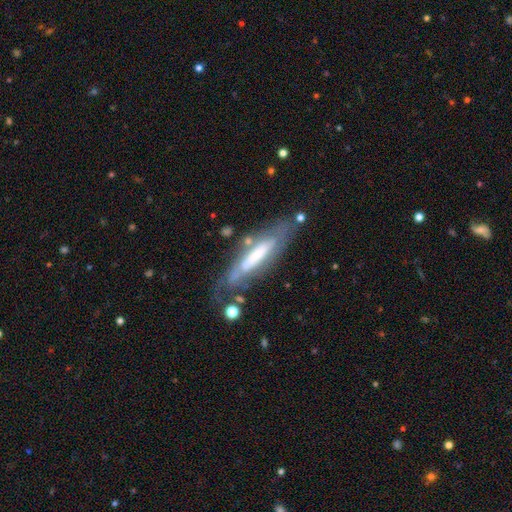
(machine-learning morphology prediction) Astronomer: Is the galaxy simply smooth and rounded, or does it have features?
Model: featured or disk — 63%.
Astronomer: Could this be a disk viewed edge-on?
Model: no — 54% (runner-up: yes, 46%).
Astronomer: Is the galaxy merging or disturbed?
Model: none — 65%.